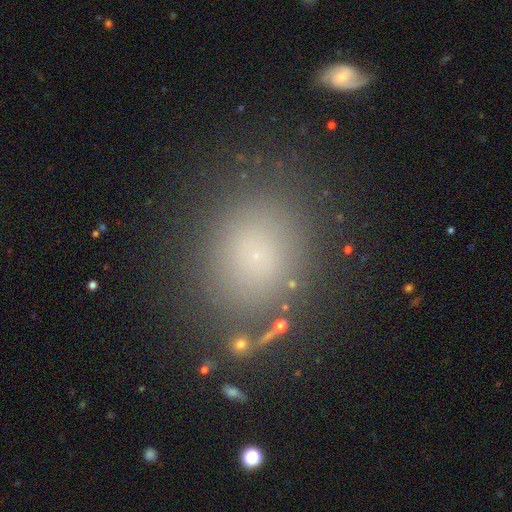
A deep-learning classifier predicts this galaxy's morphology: Smooth or featured: smooth — 70% (star or artifact — 20%)
How rounded: round — 64% (in between — 35%)
Merging: none — 84% (minor disturbance — 10%)